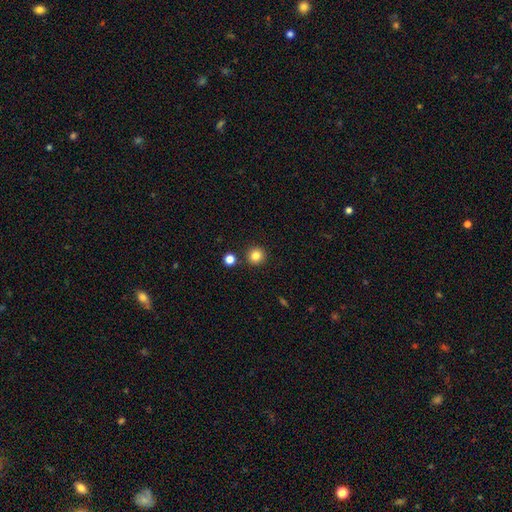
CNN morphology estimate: Smooth or featured? smooth (83%)
How rounded? round (95%)
Merging? none (89%)